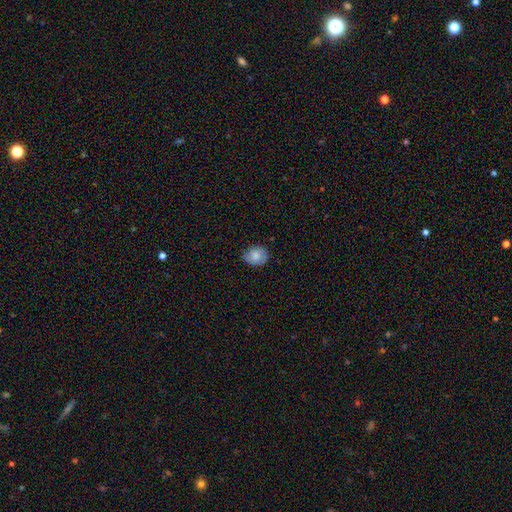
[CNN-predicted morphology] type=smooth (82%); roundness=round (59%); merging=none (77%).